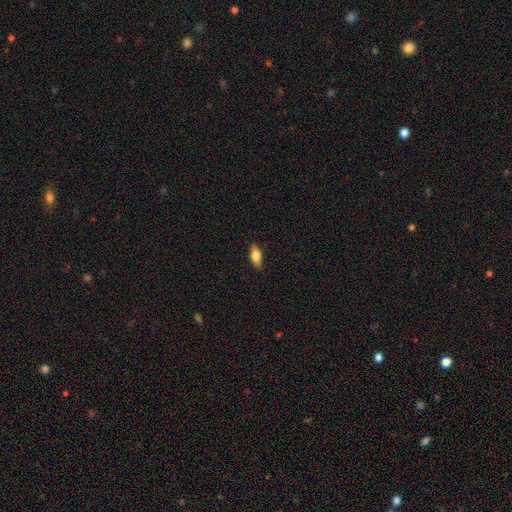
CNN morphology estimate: The model was most divided on "smooth or featured": smooth: 71%, featured or disk: 22%, star or artifact: 7%. More confident: merging — none (87%); how rounded — in between (77%).